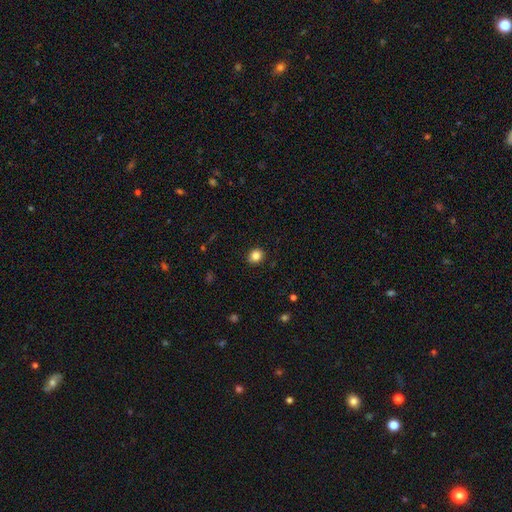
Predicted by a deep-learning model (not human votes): Smooth or featured?
  - smooth: 85% *
  - star or artifact: 11%
  - featured or disk: 5%
How rounded?
  - round: 73% *
  - in between: 26%
  - cigar-shaped: 1%
Merging?
  - none: 90% *
  - minor disturbance: 7%
  - major disturbance: 2%
  - merger: 1%